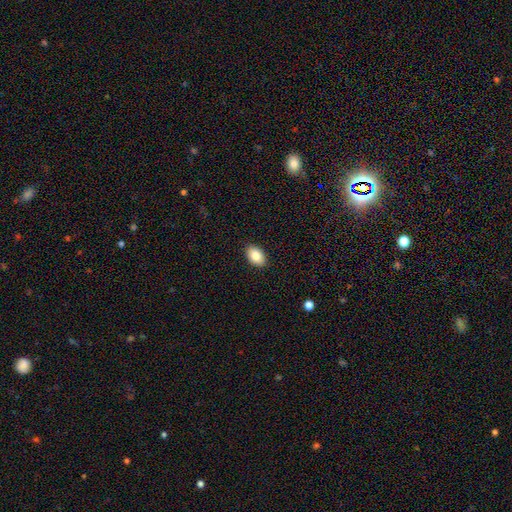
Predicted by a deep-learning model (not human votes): smooth-or-featured: smooth: 84% | featured or disk: 8% | star or artifact: 7%
  how-rounded: in between: 89% | round: 10% | cigar-shaped: 1%
  merging: none: 90% | minor disturbance: 7% | major disturbance: 2% | merger: 1%